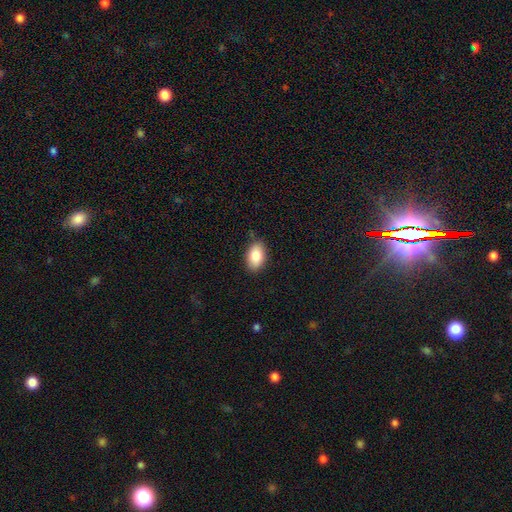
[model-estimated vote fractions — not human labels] Overall: smooth (85%). How rounded: in between (92%). Merging: none (84%).